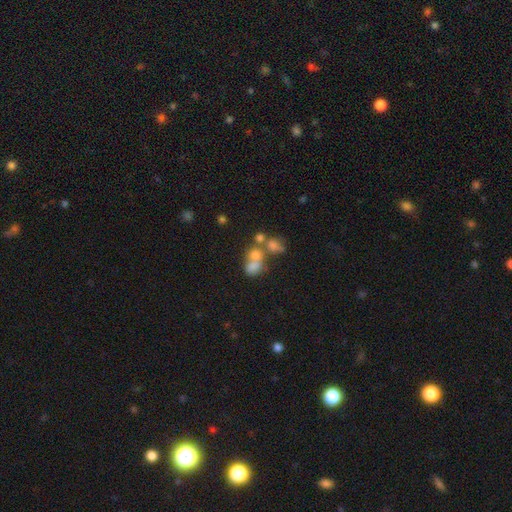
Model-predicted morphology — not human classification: Smooth or featured?
  - smooth: 64% *
  - featured or disk: 21%
  - star or artifact: 16%
How rounded?
  - round: 49% * (tied)
  - in between: 49% * (tied)
  - cigar-shaped: 2%
Merging?
  - merger: 59% *
  - none: 24%
  - major disturbance: 9%
  - minor disturbance: 9%